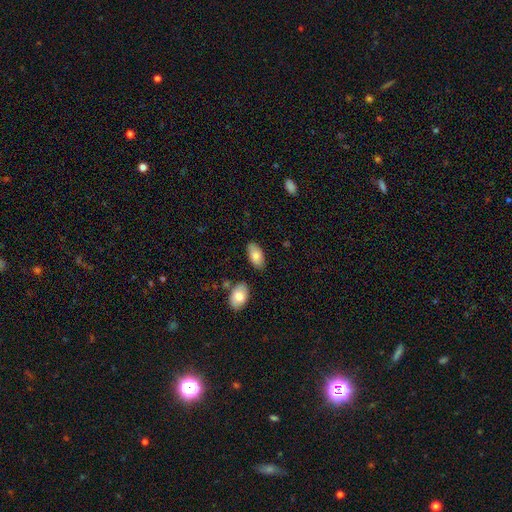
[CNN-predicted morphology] A smooth galaxy with no disk features (82%) that is in between round and cigar-shaped (95%).

Vote fractions:
- Smooth or featured? smooth: 82% / featured or disk: 11% / star or artifact: 6%
- How rounded? in between: 95% / round: 3% / cigar-shaped: 2%
- Merging? none: 79% / minor disturbance: 14% / merger: 4% / major disturbance: 3%